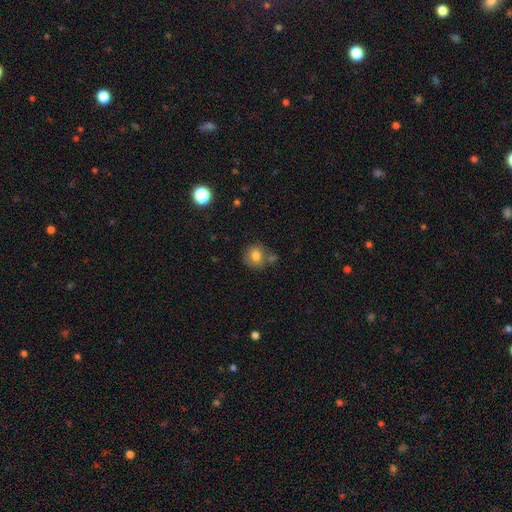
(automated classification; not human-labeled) smooth 78%, featured or disk 12%, star or artifact 10%. Down the decision tree: how rounded — round (80%); merging — none (66%).